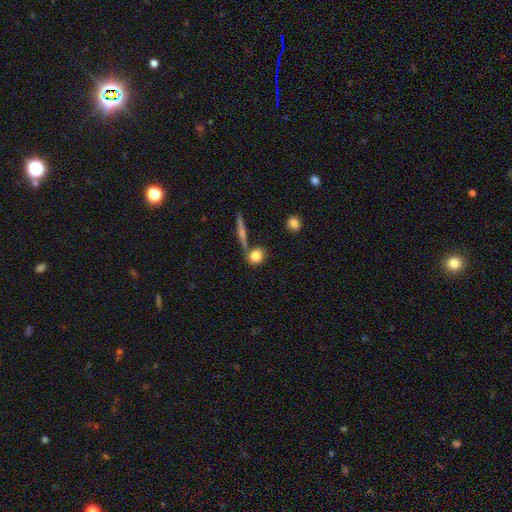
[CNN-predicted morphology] smooth-or-featured: smooth: 80% | featured or disk: 11% | star or artifact: 9%
  how-rounded: round: 75% | in between: 20% | cigar-shaped: 5%
  merging: none: 68% | merger: 17% | minor disturbance: 11% | major disturbance: 4%